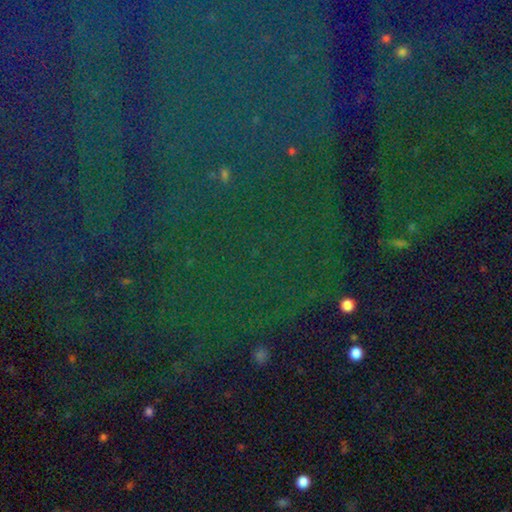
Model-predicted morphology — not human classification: star or artifact 87%, smooth 7%, featured or disk 6%.